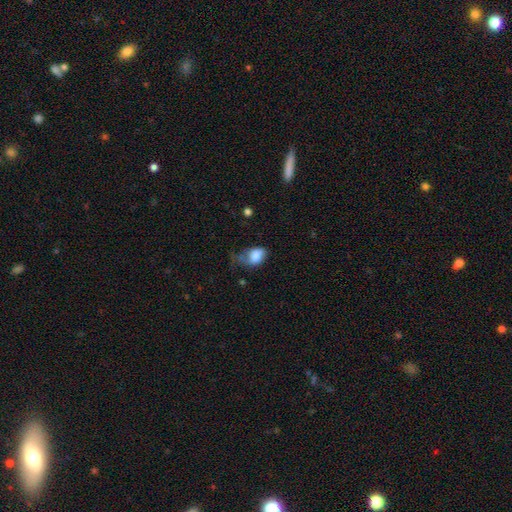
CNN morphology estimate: The model was most divided on "merging" (2-way tie): minor disturbance: 36%, major disturbance: 36%, none: 25%, merger: 3%. More confident: how rounded — in between (80%); smooth or featured — smooth (78%).